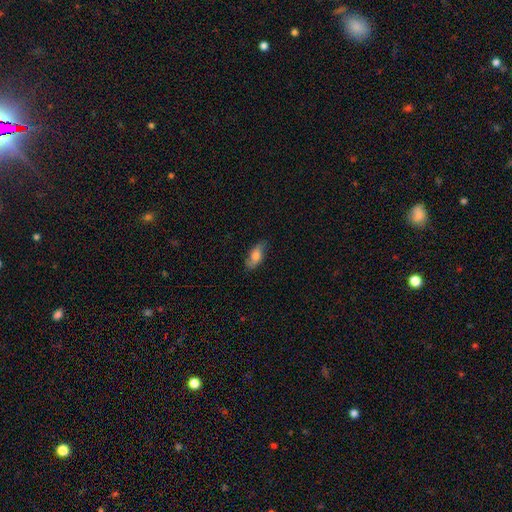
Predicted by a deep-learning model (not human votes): Smooth or featured? smooth (63%)
How rounded? in between (82%)
Merging? none (75%)